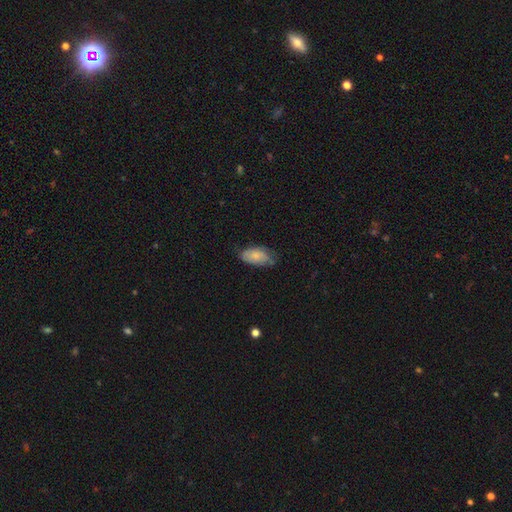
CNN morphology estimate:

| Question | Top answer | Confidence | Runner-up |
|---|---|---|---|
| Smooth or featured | smooth | 75% | featured or disk (18%) |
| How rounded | in between | 93% | cigar-shaped (4%) |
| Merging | none | 53% | minor disturbance (36%) |